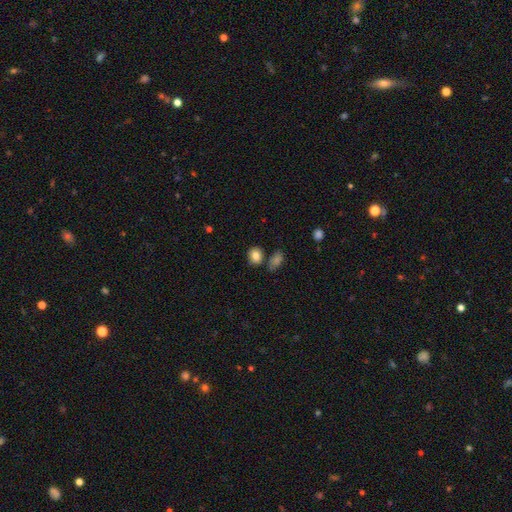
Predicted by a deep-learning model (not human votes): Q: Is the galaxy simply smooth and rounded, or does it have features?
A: smooth — 84%.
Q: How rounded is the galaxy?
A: round — 51%.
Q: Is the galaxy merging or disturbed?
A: none — 73%.